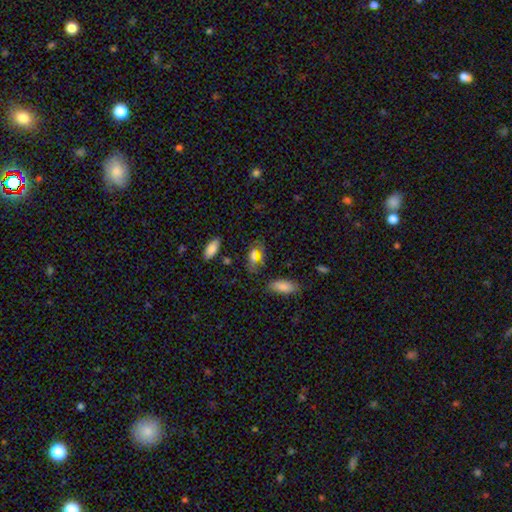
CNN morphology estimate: type=smooth (68%); roundness=in between (88%); merging=none (68%).